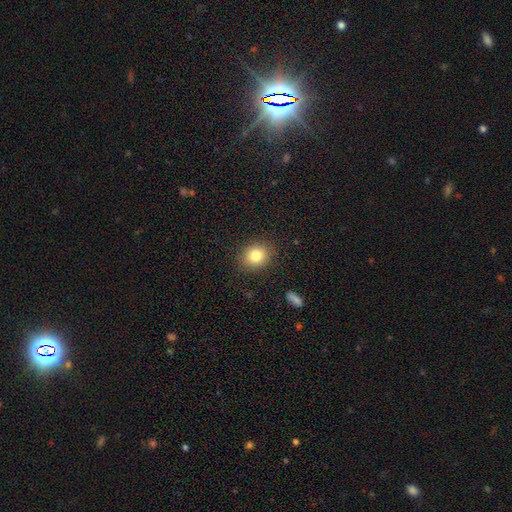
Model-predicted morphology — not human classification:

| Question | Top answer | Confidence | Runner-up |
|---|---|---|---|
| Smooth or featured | smooth | 81% | star or artifact (10%) |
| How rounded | round | 59% | in between (40%) |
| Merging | none | 88% | minor disturbance (8%) |